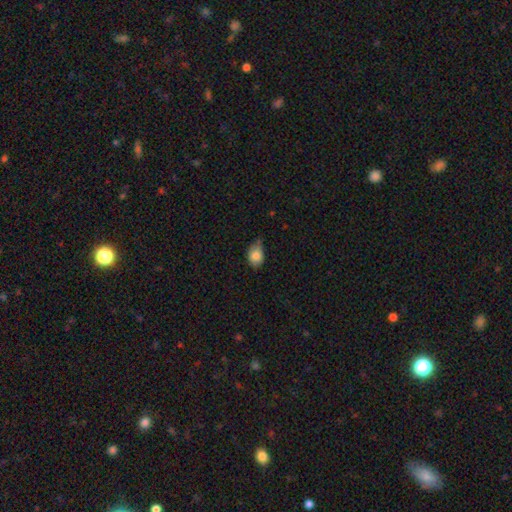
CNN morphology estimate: This appears to be a smooth galaxy with no disk features (82%) that is in between round and cigar-shaped (71%). Merging: minor disturbance (46%).